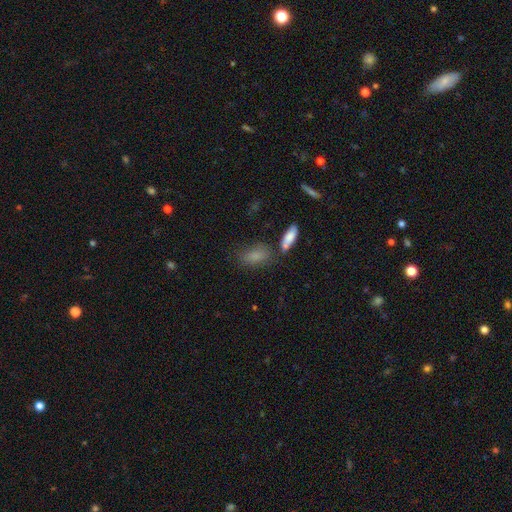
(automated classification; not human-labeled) A smooth galaxy with no disk features (81%) that is in between round and cigar-shaped (83%).

Vote fractions:
- Smooth or featured? smooth: 81% / featured or disk: 10% / star or artifact: 9%
- How rounded? in between: 83% / cigar-shaped: 12% / round: 6%
- Merging? none: 59% / minor disturbance: 18% / merger: 16% / major disturbance: 7%